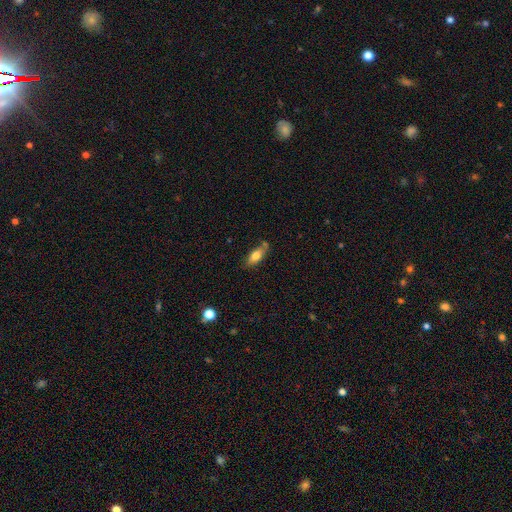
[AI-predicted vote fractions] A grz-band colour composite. It shows a smooth galaxy with no disk features (70%) that is in between round and cigar-shaped (74%). Merging: none (65%).